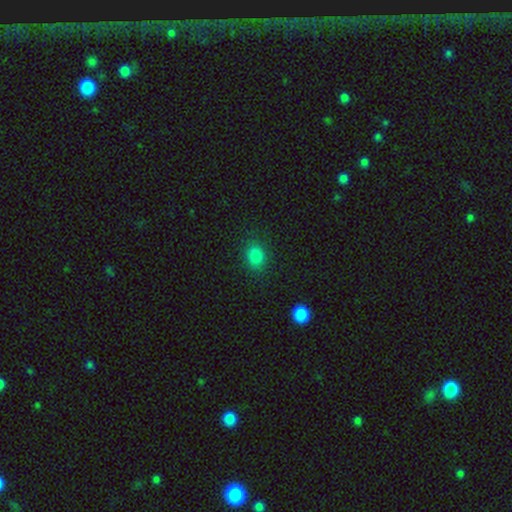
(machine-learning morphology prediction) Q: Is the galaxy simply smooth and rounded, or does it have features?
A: smooth — 84%.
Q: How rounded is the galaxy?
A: in between — 57%.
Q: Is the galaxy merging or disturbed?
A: none — 86%.